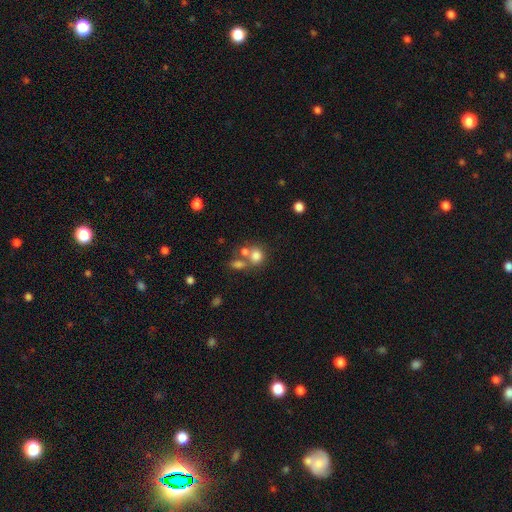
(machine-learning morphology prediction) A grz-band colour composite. It shows a smooth galaxy with no disk features (76%) that is round (70%). Merging: merger (43%).